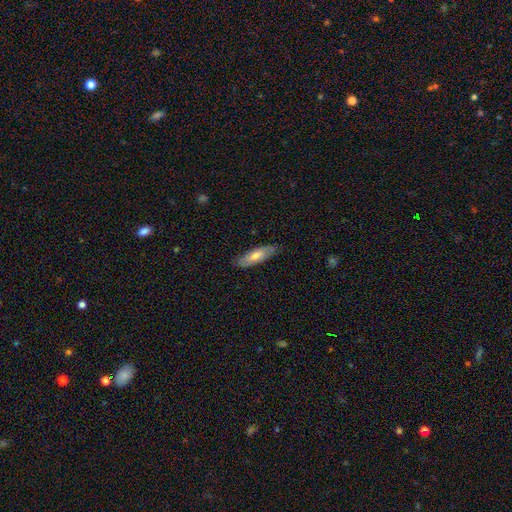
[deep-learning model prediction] A smooth galaxy with no disk features (54%) that is in between round and cigar-shaped (50%).

Vote fractions:
- Smooth or featured? smooth: 54% / featured or disk: 40% / star or artifact: 6%
- How rounded? in between: 50% / cigar-shaped: 48% / round: 2%
- Merging? none: 82% / minor disturbance: 14% / major disturbance: 3% / merger: 1%